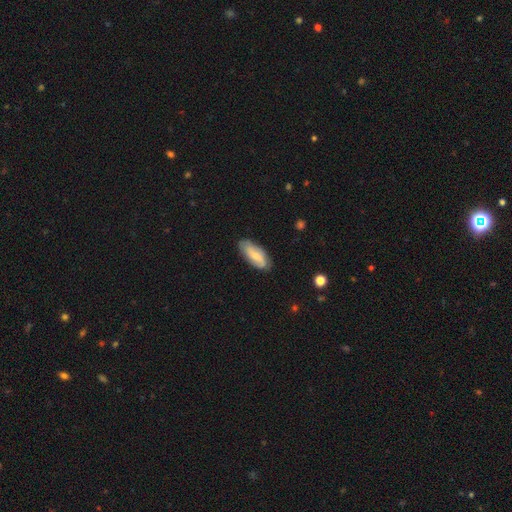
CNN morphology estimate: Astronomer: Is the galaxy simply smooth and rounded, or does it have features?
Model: smooth — 61%.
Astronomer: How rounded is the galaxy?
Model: in between — 81%.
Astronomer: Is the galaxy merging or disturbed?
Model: none — 76%.